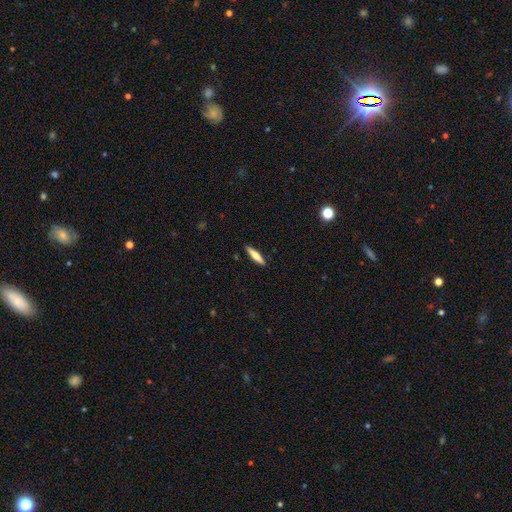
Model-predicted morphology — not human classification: A smooth galaxy with no disk features (64%) that is cigar-shaped (85%). Merging: none (90%).